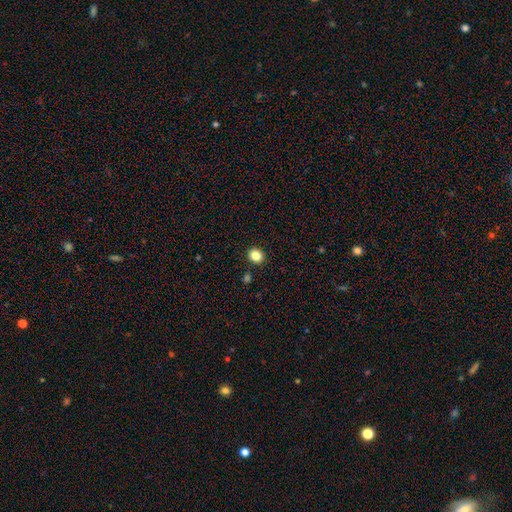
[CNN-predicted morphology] This is clearly a smooth galaxy (86%). How rounded: likely round (69%). Merging: clearly none (90%).